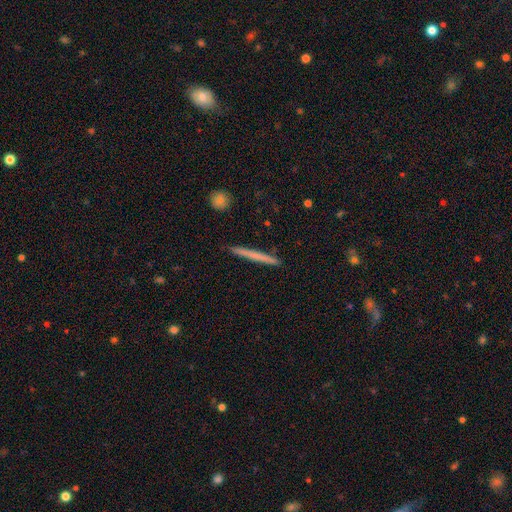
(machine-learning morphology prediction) Overall: smooth (57%; featured or disk 37%). How rounded: cigar-shaped (97%). Merging: none (92%).